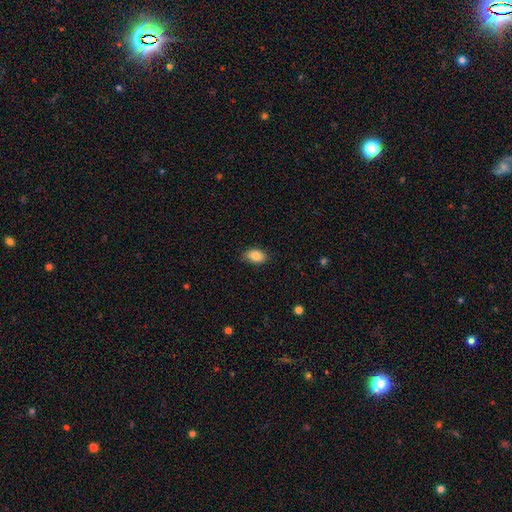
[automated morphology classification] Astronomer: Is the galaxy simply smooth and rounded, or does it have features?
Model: smooth — 85%.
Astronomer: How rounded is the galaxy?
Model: in between — 88%.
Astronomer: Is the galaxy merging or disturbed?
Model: none — 81%.